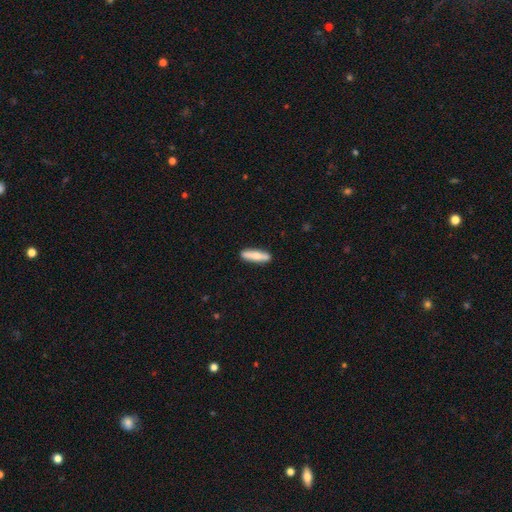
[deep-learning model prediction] This appears to be a smooth galaxy with no disk features (72%) that is cigar-shaped (74%). Merging: none (87%).